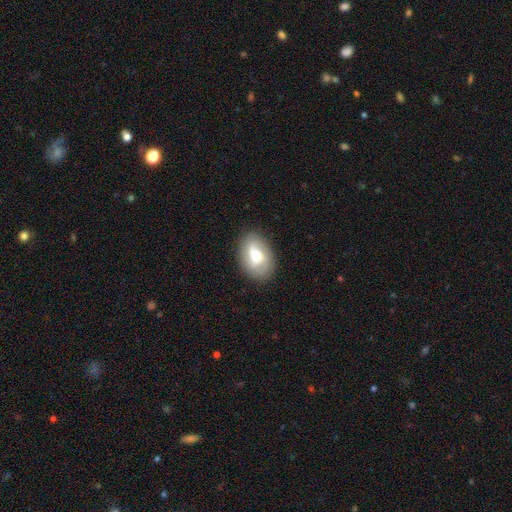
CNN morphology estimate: Smooth or featured?
  - smooth: 56% *
  - featured or disk: 36%
  - star or artifact: 8%
How rounded?
  - in between: 84% *
  - round: 15%
  - cigar-shaped: 2%
Merging?
  - none: 82% *
  - minor disturbance: 13%
  - major disturbance: 4%
  - merger: 1%